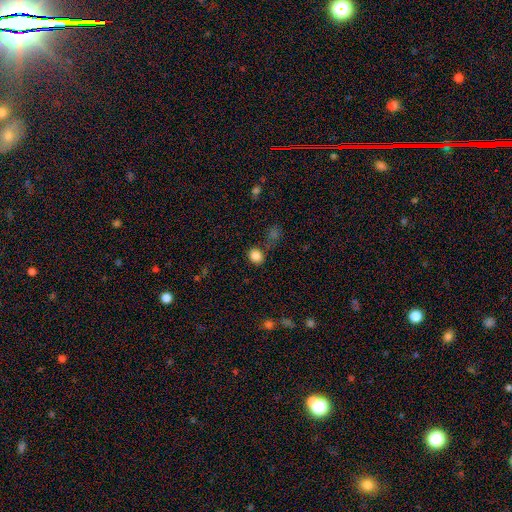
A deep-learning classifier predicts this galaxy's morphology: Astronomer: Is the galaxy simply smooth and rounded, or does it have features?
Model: smooth — 84%.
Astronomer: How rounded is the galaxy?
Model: round — 70%.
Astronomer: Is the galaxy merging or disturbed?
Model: none — 74%.